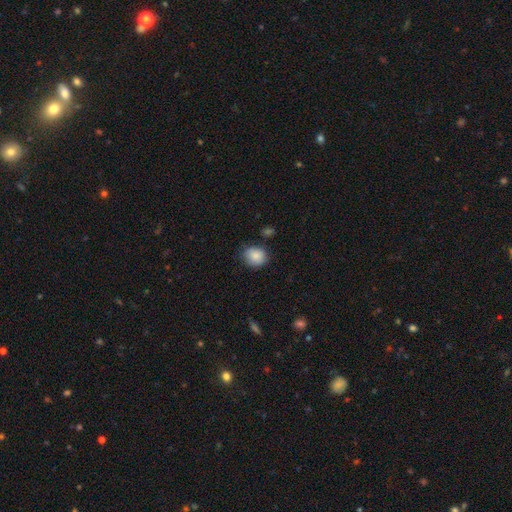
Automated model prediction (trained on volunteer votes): Smooth or featured: smooth — 87% (star or artifact — 8%)
How rounded: round — 71% (in between — 28%)
Merging: none — 77% (minor disturbance — 17%)